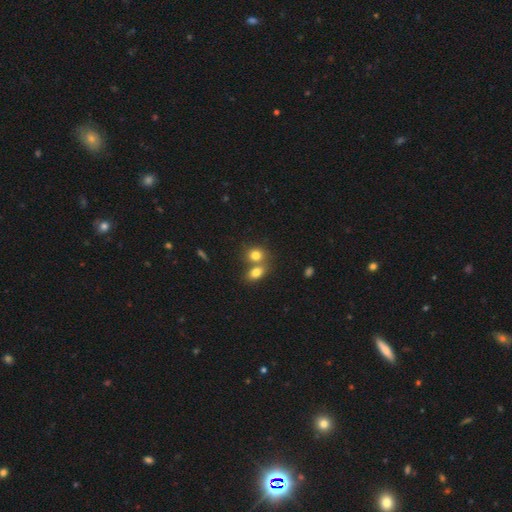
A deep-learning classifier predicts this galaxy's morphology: A smooth galaxy with no disk features (79%) that is round (58%).

Vote fractions:
- Smooth or featured? smooth: 79% / featured or disk: 11% / star or artifact: 10%
- How rounded? round: 58% / in between: 41% / cigar-shaped: 2%
- Merging? merger: 54% / none: 37% / minor disturbance: 7% / major disturbance: 3%